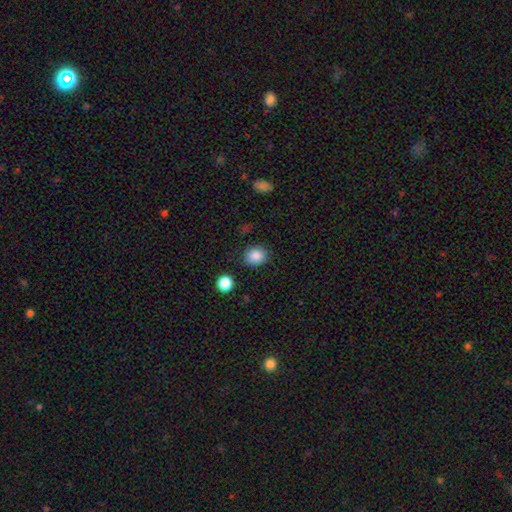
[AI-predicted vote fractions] smooth_or_featured: smooth (p=0.86) [alt: star or artifact p=0.10]
how_rounded: round (p=0.64) [alt: in between p=0.35]
merging: none (p=0.85) [alt: minor disturbance p=0.10]